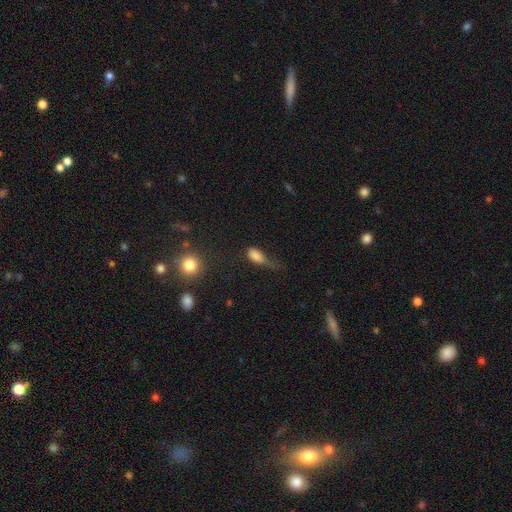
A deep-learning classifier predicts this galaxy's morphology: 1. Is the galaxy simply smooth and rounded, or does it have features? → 79% smooth, 11% featured or disk, 10% star or artifact.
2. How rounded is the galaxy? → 83% in between, 9% cigar-shaped, 8% round.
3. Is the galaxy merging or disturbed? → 44% major disturbance, 30% minor disturbance, 22% none, 5% merger.